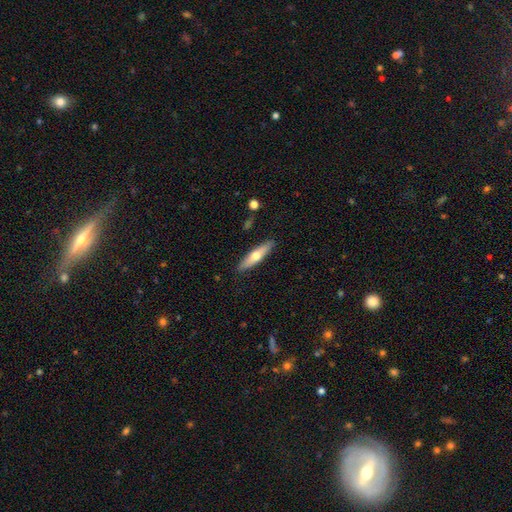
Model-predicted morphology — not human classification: This appears to be a smooth galaxy with no disk features (53%) that is cigar-shaped (73%). Merging: none (88%).